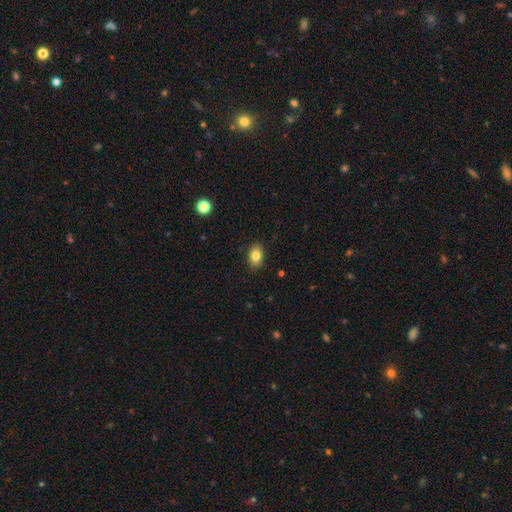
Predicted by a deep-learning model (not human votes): This appears to be a smooth galaxy with no disk features (83%) that is in between round and cigar-shaped (83%). Merging: none (87%).